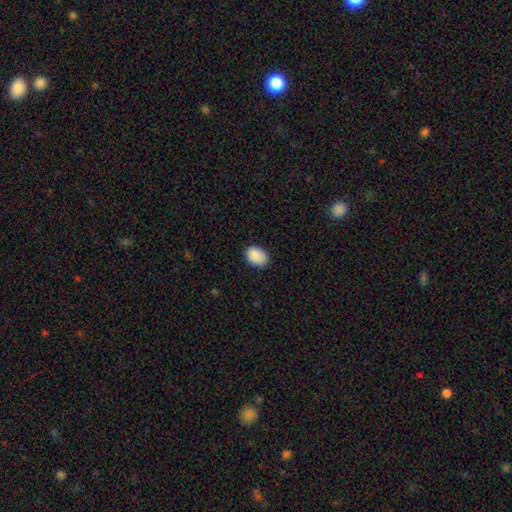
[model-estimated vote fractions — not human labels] A smooth galaxy with no disk features (90%) that is in between round and cigar-shaped (76%).

Vote fractions:
- Smooth or featured? smooth: 90% / star or artifact: 7% / featured or disk: 3%
- How rounded? in between: 76% / round: 23% / cigar-shaped: 1%
- Merging? none: 84% / minor disturbance: 13% / major disturbance: 2% / merger: 1%